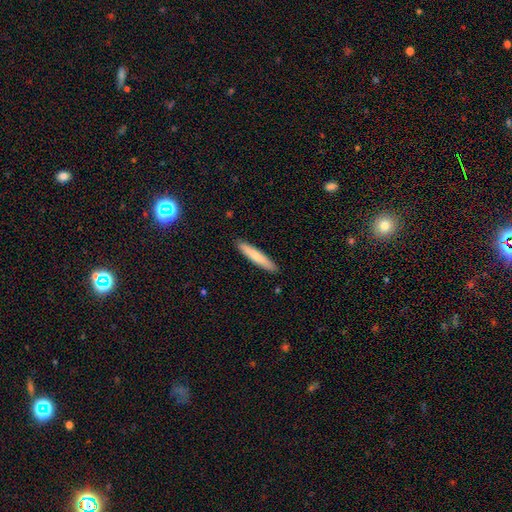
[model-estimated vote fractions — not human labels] Smooth or featured: smooth — 74% (featured or disk — 20%)
How rounded: cigar-shaped — 92% (in between — 6%)
Merging: none — 91% (minor disturbance — 7%)